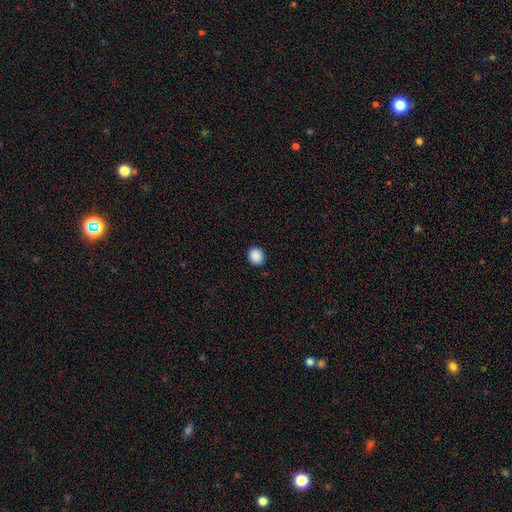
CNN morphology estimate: Overall: smooth (89%). How rounded: round (76%). Merging: none (91%).